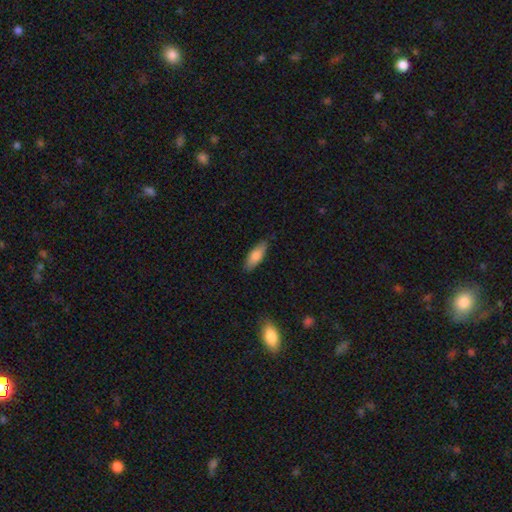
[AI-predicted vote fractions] Morphology: type=smooth (77%); roundness=in between (65%); merging=none (85%).